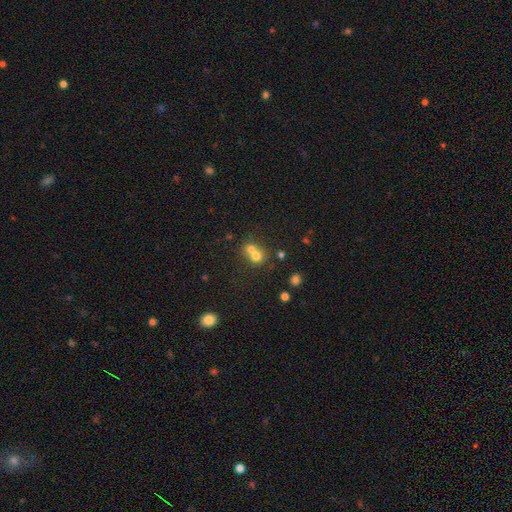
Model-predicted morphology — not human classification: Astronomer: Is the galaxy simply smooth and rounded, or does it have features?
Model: smooth — 69%.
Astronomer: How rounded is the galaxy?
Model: round — 78%.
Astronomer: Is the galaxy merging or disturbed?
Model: merger — 64%.